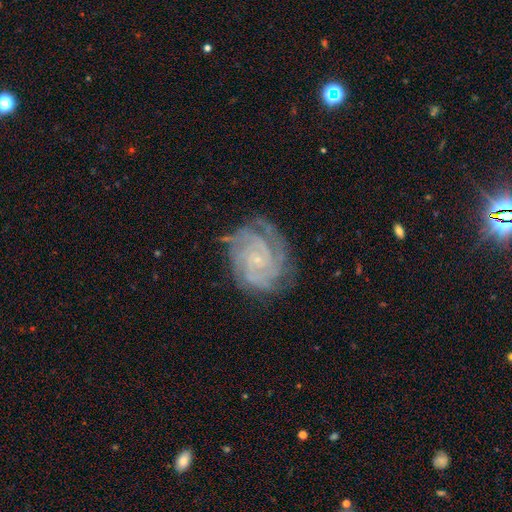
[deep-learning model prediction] Q: Smooth or featured?
A: featured or disk (83%); runner-up: star or artifact (10%)
Q: Edge-on disk?
A: no (98%); runner-up: yes (2%)
Q: Bar?
A: no (66%); runner-up: weak (26%)
Q: Spiral arms?
A: yes (98%); runner-up: no (2%)
Q: Spiral winding?
A: tight (75%); runner-up: medium (22%)
Q: Spiral arm count?
A: 3 (25%); runner-up: 4 (24%)
Q: Bulge size?
A: small (79%); runner-up: moderate (13%)
Q: Merging?
A: none (79%); runner-up: minor disturbance (15%)